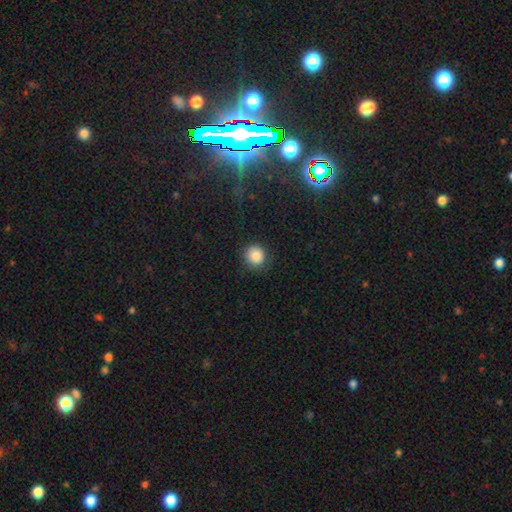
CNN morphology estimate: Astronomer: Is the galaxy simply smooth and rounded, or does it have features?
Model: smooth — 86%.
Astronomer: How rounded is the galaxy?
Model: round — 89%.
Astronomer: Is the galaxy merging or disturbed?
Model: none — 83%.